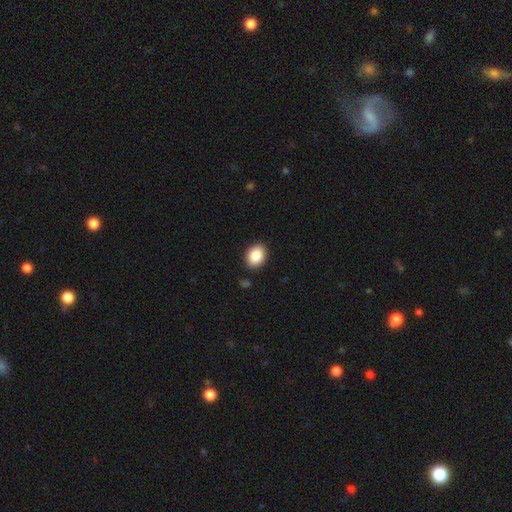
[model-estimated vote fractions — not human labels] A smooth galaxy with no disk features (87%) that is in between round and cigar-shaped (66%). Merging: none (89%).